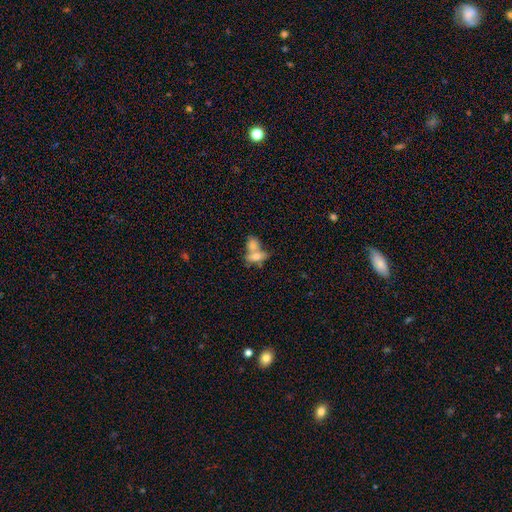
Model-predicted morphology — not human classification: Smooth or featured?
  - smooth: 67% *
  - featured or disk: 24%
  - star or artifact: 9%
How rounded?
  - in between: 77% *
  - round: 14%
  - cigar-shaped: 9%
Merging?
  - merger: 64% *
  - none: 22%
  - minor disturbance: 8%
  - major disturbance: 6%